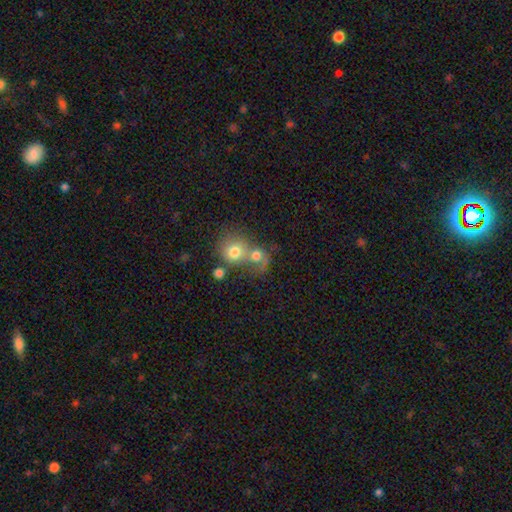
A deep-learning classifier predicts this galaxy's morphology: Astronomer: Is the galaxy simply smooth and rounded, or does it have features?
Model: smooth — 70%.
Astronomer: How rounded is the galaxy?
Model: round — 75%.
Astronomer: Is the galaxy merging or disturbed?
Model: merger — 62%.